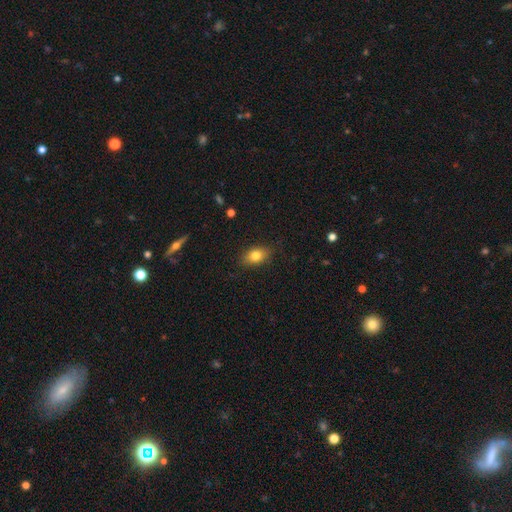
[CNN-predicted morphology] Q: Smooth or featured?
A: smooth (80%); runner-up: featured or disk (11%)
Q: How rounded?
A: in between (81%); runner-up: round (16%)
Q: Merging?
A: none (84%); runner-up: minor disturbance (12%)